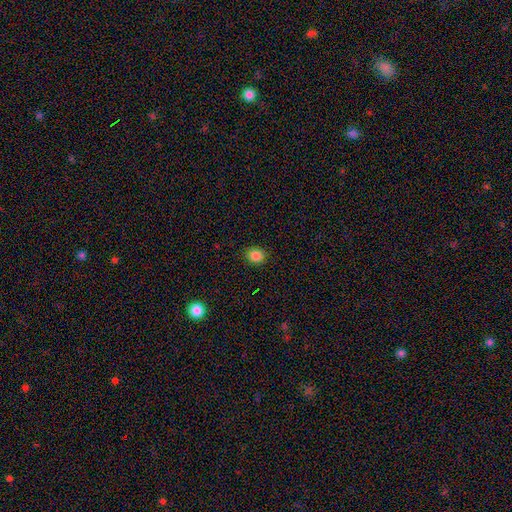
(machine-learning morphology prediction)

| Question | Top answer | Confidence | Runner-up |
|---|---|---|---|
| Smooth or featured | smooth | 85% | star or artifact (11%) |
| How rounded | round | 63% | in between (36%) |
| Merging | none | 89% | minor disturbance (8%) |